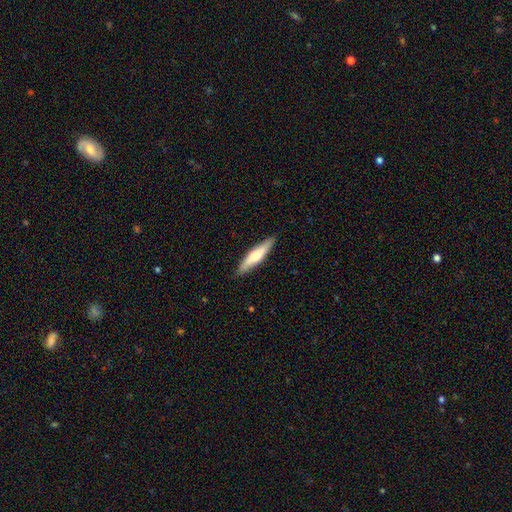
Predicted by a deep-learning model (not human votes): Smooth or featured? smooth (57%)
How rounded? cigar-shaped (83%)
Merging? none (89%)